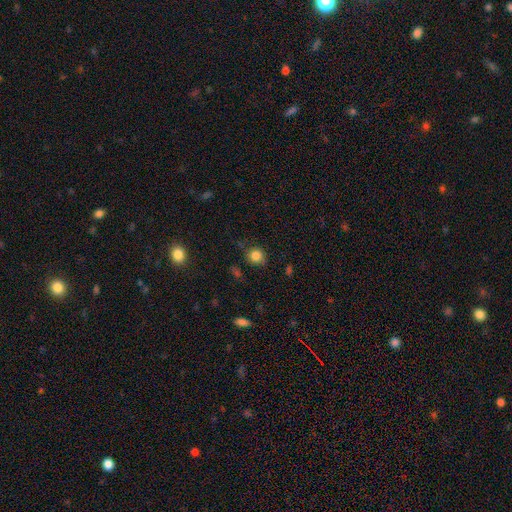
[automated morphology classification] smooth-or-featured: smooth: 82% | star or artifact: 11% | featured or disk: 6%
  how-rounded: round: 79% | in between: 20% | cigar-shaped: 1%
  merging: none: 79% | minor disturbance: 15% | major disturbance: 4% | merger: 2%